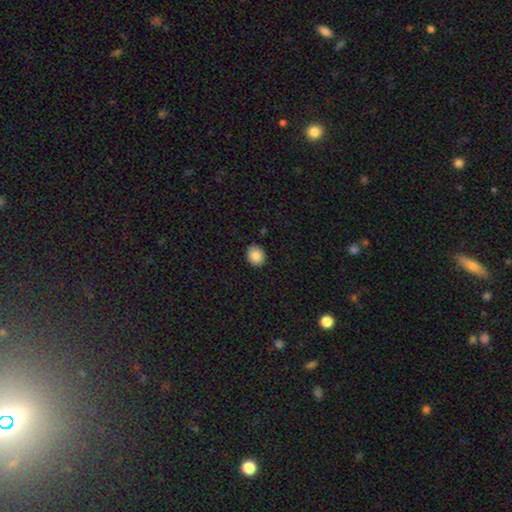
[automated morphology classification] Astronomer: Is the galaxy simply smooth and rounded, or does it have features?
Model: smooth — 86%.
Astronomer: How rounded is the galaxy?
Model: round — 61% (runner-up: in between, 39%).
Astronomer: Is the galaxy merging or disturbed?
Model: none — 89%.